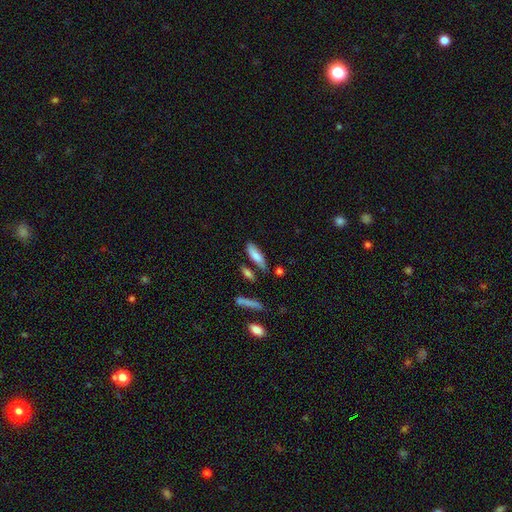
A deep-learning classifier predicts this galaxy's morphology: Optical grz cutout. It shows a smooth galaxy with no disk features (78%) that is in between round and cigar-shaped (51%). Merging: none (66%).